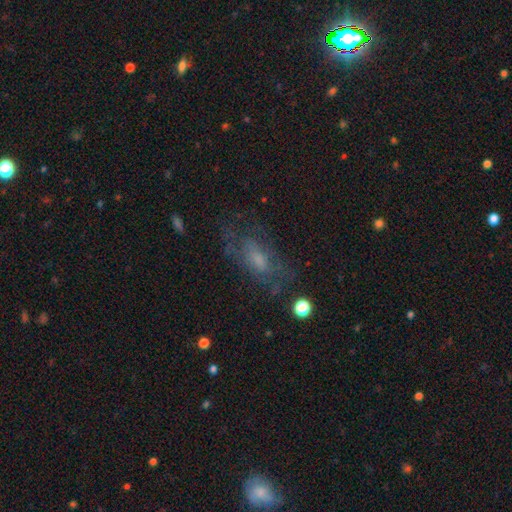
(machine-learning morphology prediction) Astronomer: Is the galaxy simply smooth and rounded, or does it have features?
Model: featured or disk — 48% (runner-up: smooth, 36%).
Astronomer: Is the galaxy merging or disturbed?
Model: none — 60%.